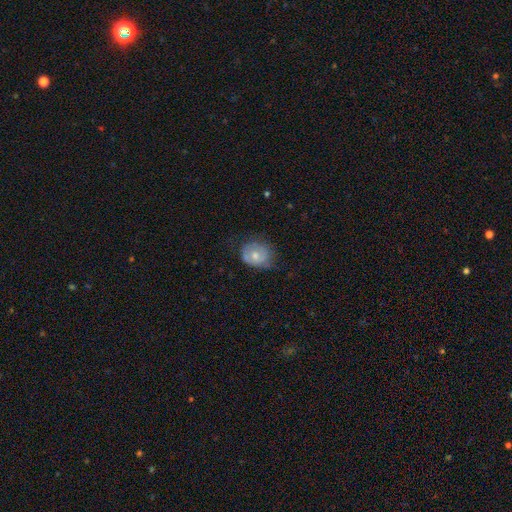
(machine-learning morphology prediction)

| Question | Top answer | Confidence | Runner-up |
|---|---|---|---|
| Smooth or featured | smooth | 57% | featured or disk (36%) |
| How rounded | round | 65% | in between (34%) |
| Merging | none | 57% | minor disturbance (30%) |